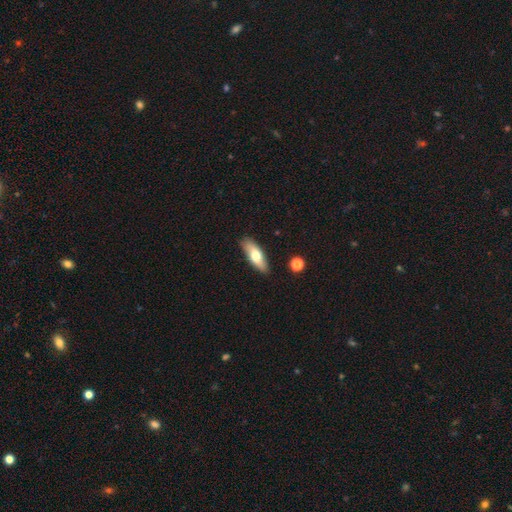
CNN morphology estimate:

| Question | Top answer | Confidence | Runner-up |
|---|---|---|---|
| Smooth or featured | smooth | 66% | featured or disk (27%) |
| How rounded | in between | 66% | cigar-shaped (32%) |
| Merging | none | 84% | minor disturbance (12%) |